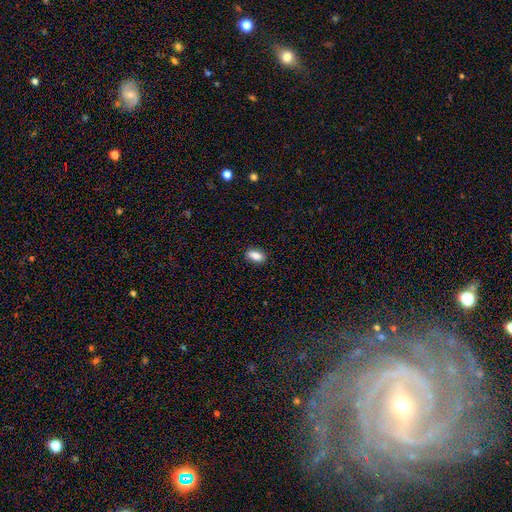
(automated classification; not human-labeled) This appears to be a smooth galaxy with no disk features (86%) that is in between round and cigar-shaped (87%). Merging: none (87%).